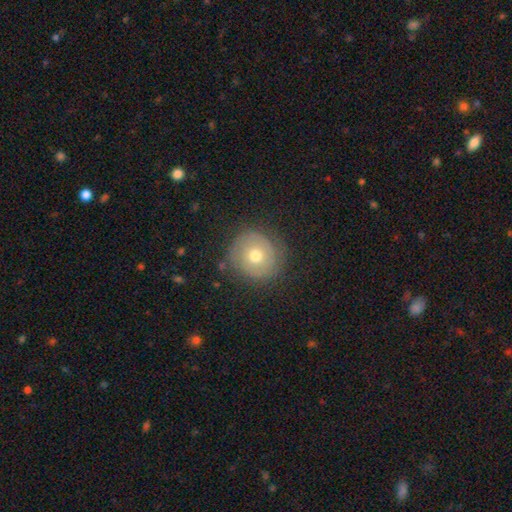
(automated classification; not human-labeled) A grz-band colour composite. It shows a smooth galaxy with no disk features (52%) that is round (91%). Merging: none (81%).